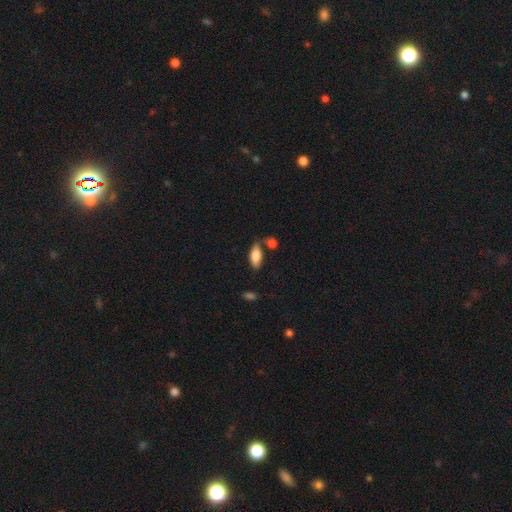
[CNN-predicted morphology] Smooth or featured: smooth — 83% (featured or disk — 11%)
How rounded: in between — 86% (cigar-shaped — 12%)
Merging: none — 60% (minor disturbance — 20%)